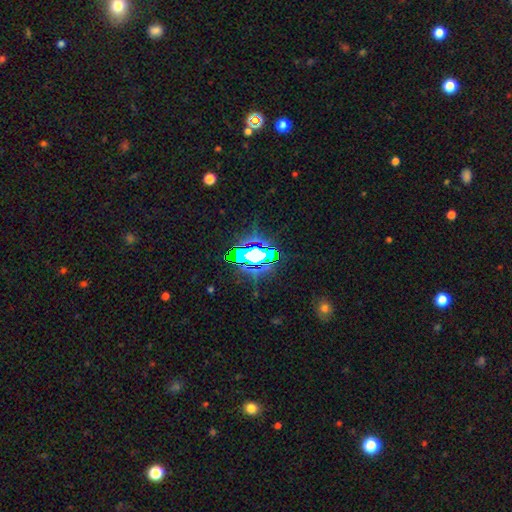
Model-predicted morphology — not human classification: smooth-or-featured: star or artifact: 68% | featured or disk: 16% | smooth: 16%